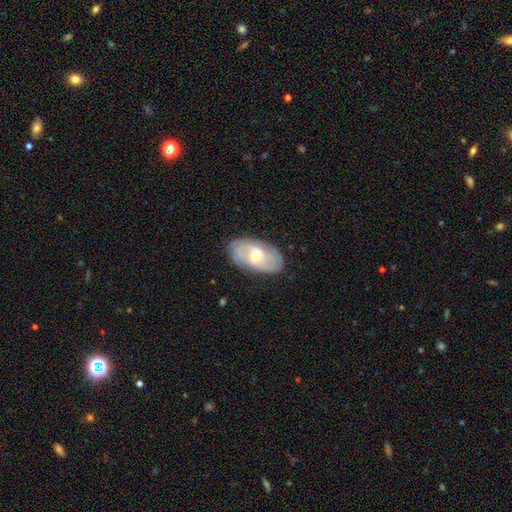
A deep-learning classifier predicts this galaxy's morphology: This is likely a featured or disk galaxy (60%). It is clearly not viewed edge-on (91%). Bar: possibly no (46%). Spiral arm pattern: likely yes (68%). Central bulge: likely moderate (70%). Merging: clearly none (81%).